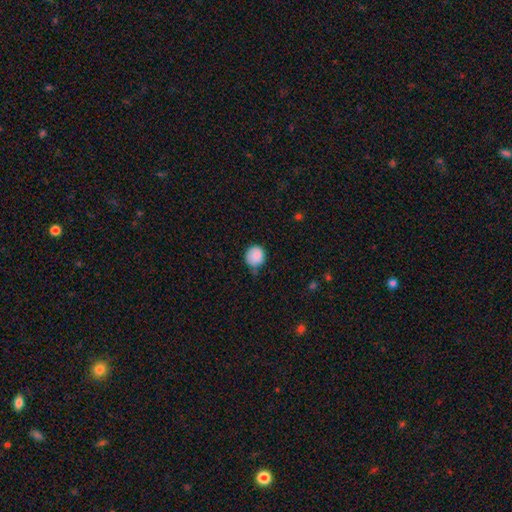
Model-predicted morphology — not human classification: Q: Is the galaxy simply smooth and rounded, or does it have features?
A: smooth — 87%.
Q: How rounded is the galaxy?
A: round — 89%.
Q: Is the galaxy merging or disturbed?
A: none — 62%.